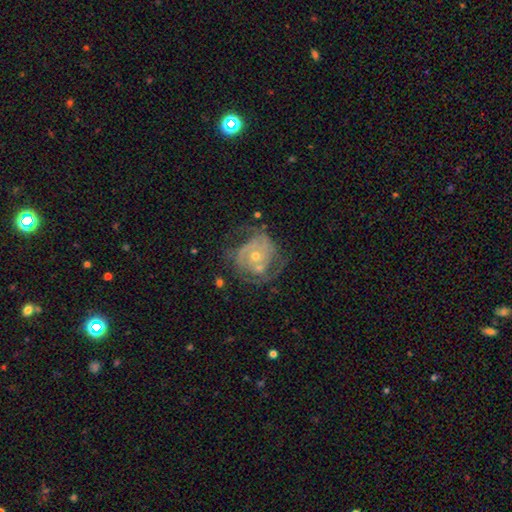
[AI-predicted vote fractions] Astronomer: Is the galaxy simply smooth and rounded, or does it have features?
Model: featured or disk — 83%.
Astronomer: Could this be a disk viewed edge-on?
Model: no — 98%.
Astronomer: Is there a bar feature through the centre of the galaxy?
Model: no — 76%.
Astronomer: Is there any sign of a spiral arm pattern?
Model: yes — 89%.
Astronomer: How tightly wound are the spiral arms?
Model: tight — 55% (runner-up: medium, 33%).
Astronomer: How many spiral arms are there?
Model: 2 — 37% (runner-up: can't tell, 28%).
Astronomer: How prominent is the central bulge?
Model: small — 51% (runner-up: moderate, 45%).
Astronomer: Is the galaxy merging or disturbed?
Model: none — 55%.